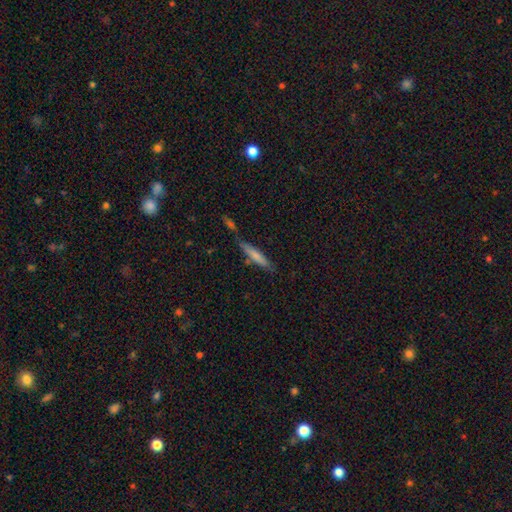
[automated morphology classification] The model was most divided on "smooth or featured": smooth: 68%, featured or disk: 26%, star or artifact: 7%. More confident: how rounded — cigar-shaped (89%); merging — none (66%).